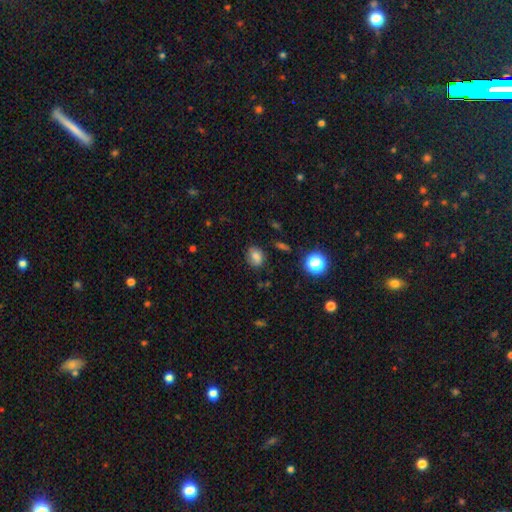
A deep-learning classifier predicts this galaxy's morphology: smooth 72%, star or artifact 14%, featured or disk 14%. Down the decision tree: how rounded — in between (57%); merging — none (72%).